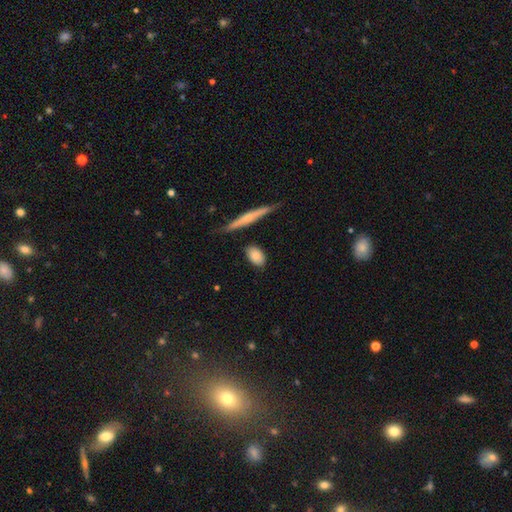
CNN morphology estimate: Q: Smooth or featured?
A: smooth (81%); runner-up: featured or disk (13%)
Q: How rounded?
A: in between (87%); runner-up: round (8%)
Q: Merging?
A: none (78%); runner-up: minor disturbance (14%)